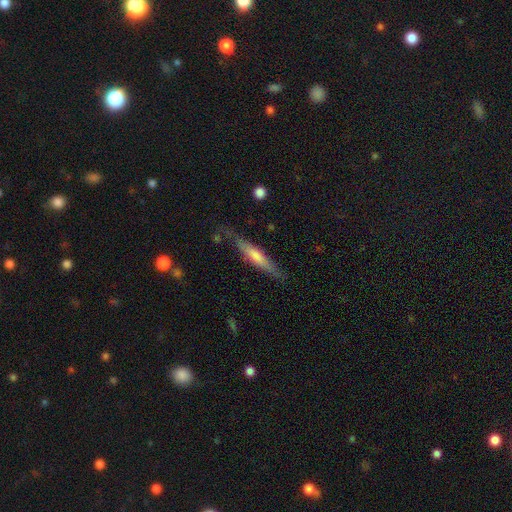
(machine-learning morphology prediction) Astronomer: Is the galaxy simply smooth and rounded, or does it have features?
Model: smooth — 50% (runner-up: featured or disk, 44%).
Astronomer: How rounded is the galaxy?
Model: cigar-shaped — 88%.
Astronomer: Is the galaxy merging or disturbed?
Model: none — 75%.